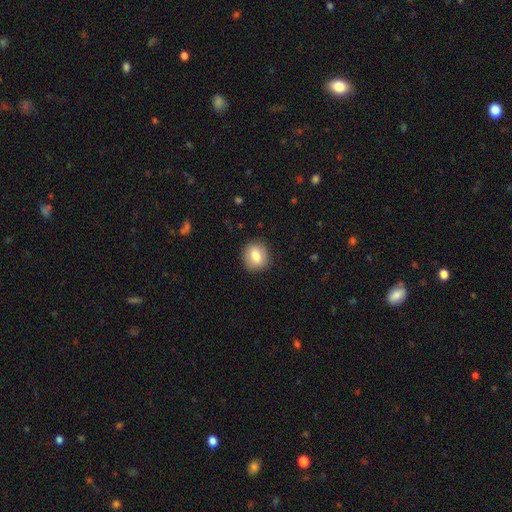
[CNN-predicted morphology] Smooth or featured? Predicted: smooth (p=0.78). How rounded? Predicted: round (p=0.77). Merging? Predicted: none (p=0.87).